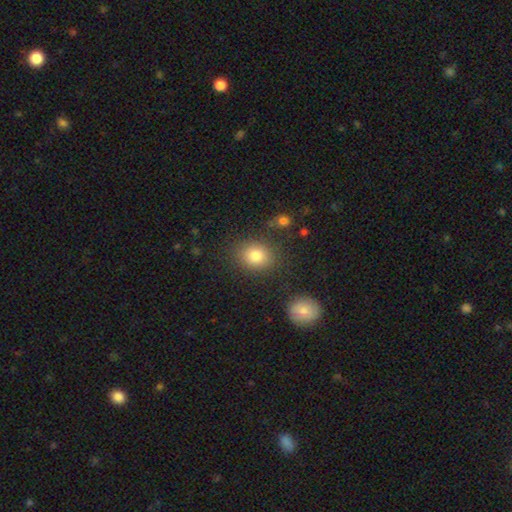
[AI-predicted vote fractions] Smooth or featured: smooth — 82% (star or artifact — 10%)
How rounded: in between — 50% (round — 49%)
Merging: none — 82% (minor disturbance — 11%)